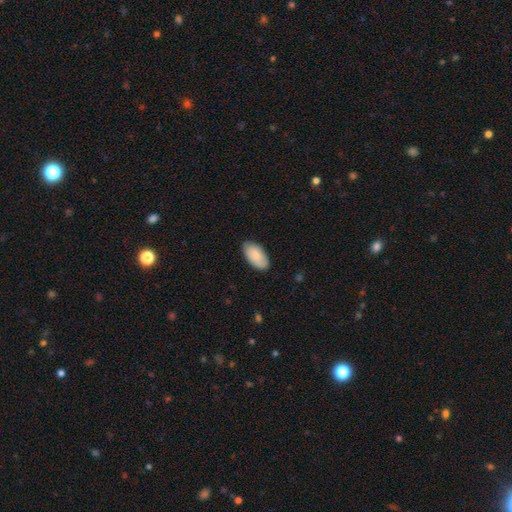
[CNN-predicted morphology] Smooth or featured?
  - smooth: 85% *
  - featured or disk: 10%
  - star or artifact: 5%
How rounded?
  - in between: 96% *
  - cigar-shaped: 2%
  - round: 2%
Merging?
  - none: 83% *
  - minor disturbance: 14%
  - major disturbance: 2%
  - merger: 1%